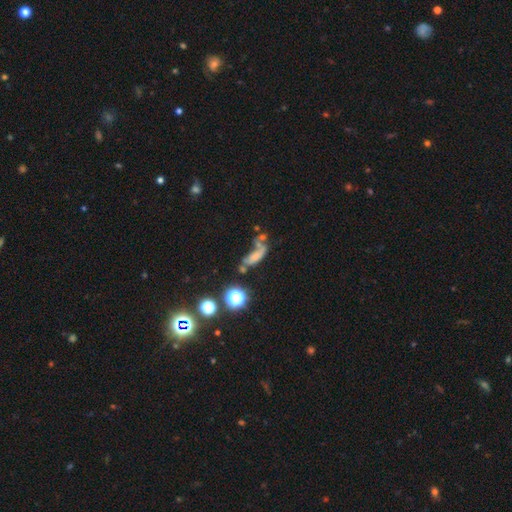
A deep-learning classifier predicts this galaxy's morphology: Smooth or featured? smooth (51%)
How rounded? in between (56%)
Merging? merger (30%)